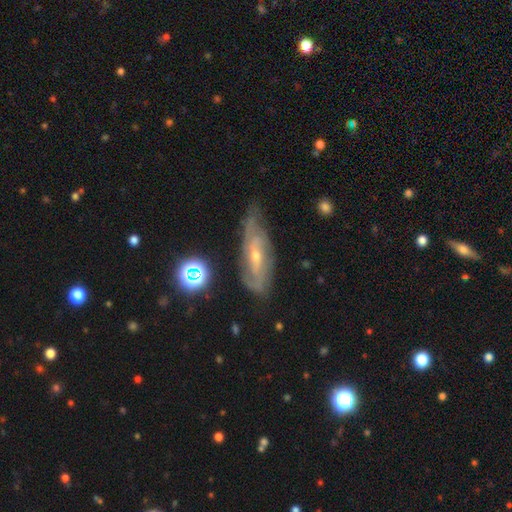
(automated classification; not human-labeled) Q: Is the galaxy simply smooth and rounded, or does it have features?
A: featured or disk — 75%.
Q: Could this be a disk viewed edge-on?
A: no — 79%.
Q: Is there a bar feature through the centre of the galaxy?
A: no — 46%.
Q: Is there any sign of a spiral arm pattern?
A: yes — 87%.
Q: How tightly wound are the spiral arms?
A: tight — 49%.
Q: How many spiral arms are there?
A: can't tell — 43%.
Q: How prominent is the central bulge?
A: small — 61%.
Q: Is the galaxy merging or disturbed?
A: none — 63%.